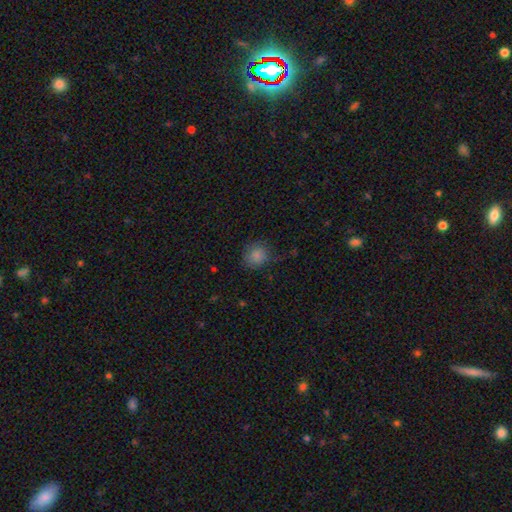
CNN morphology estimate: Smooth or featured: smooth — 82% (star or artifact — 13%)
How rounded: round — 84% (in between — 15%)
Merging: none — 78% (minor disturbance — 16%)